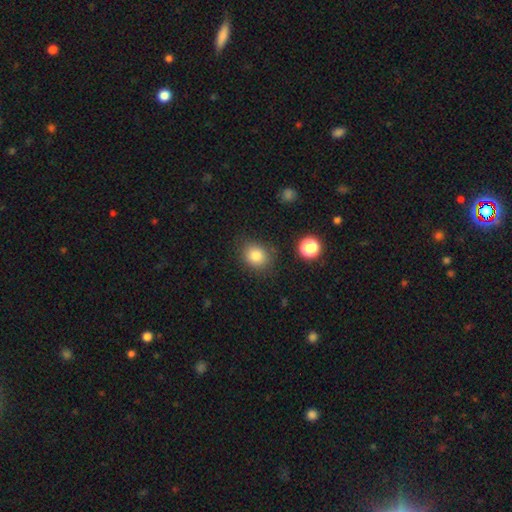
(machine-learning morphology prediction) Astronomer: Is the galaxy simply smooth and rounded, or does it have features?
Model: smooth — 83%.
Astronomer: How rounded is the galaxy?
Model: round — 63%.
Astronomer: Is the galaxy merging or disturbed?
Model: none — 80%.